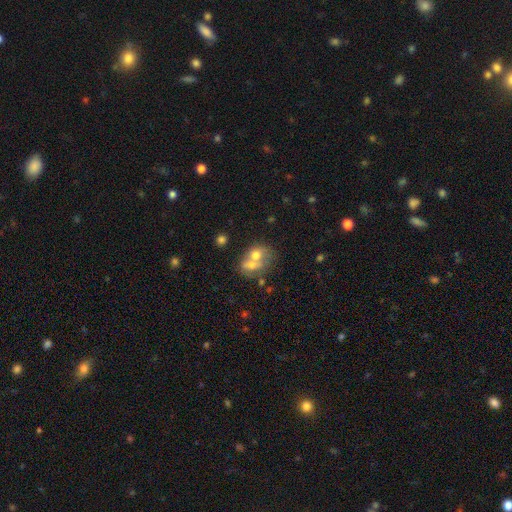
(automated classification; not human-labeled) smooth 61%, featured or disk 30%, star or artifact 9%. Down the decision tree: how rounded — round (50%); merging — merger (70%).